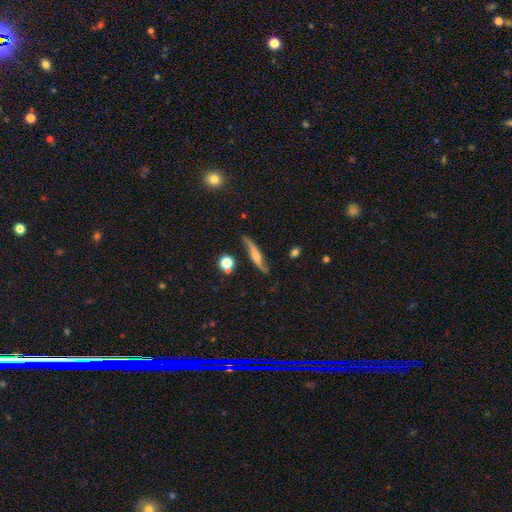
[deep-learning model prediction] Smooth or featured: featured or disk — 65% (smooth — 27%)
Edge-on disk: yes — 61% (no — 39%)
Merging: none — 73% (minor disturbance — 19%)